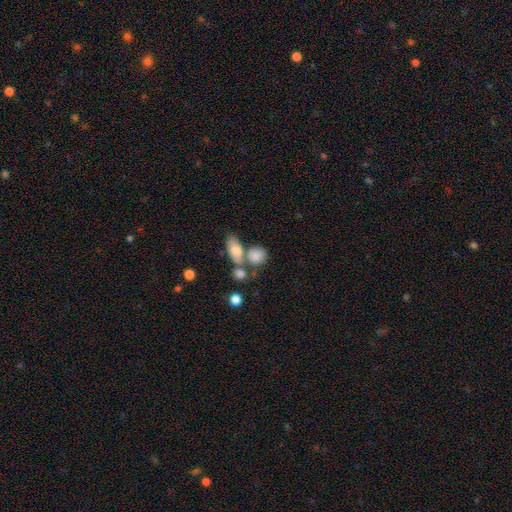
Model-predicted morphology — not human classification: A smooth galaxy with no disk features (81%) that is round (57%).

Vote fractions:
- Smooth or featured? smooth: 81% / featured or disk: 10% / star or artifact: 9%
- How rounded? round: 57% / in between: 40% / cigar-shaped: 3%
- Merging? none: 46% / merger: 36% / minor disturbance: 12% / major disturbance: 6%